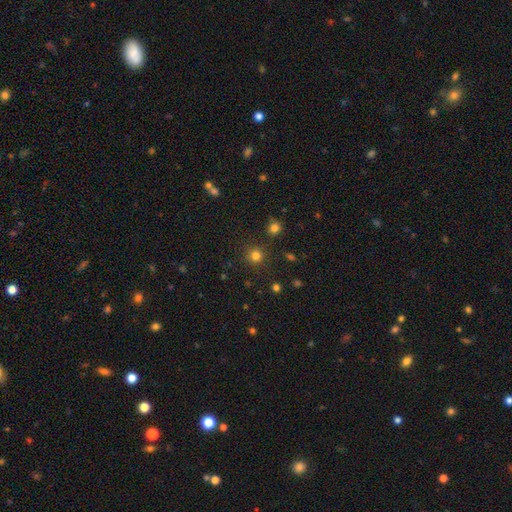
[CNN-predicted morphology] type=smooth (78%); roundness=round (93%); merging=none (87%).